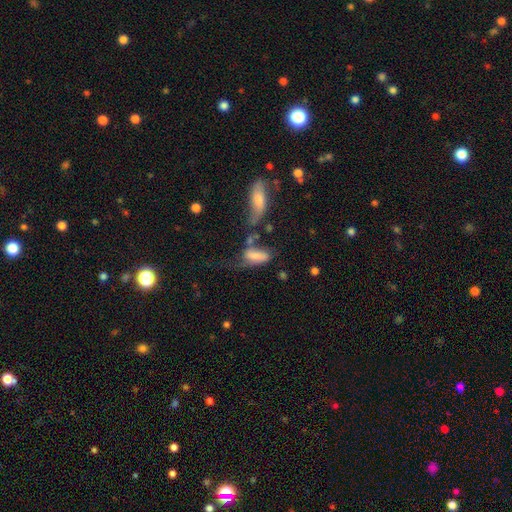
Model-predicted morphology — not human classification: This appears to be a smooth galaxy with no disk features (64%) that is in between round and cigar-shaped (83%). Merging: major disturbance (29%).